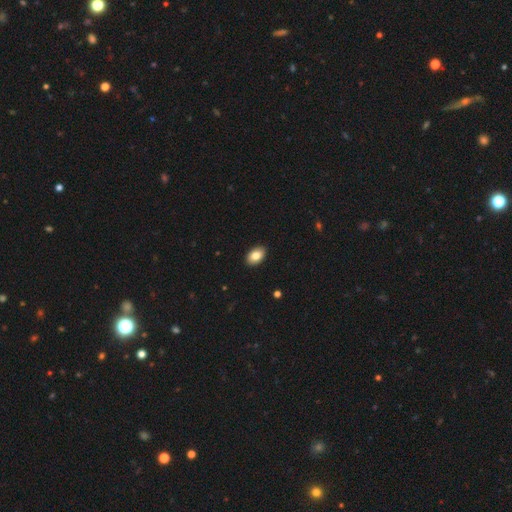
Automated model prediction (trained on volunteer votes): This appears to be a smooth galaxy with no disk features (84%) that is in between round and cigar-shaped (91%). Merging: none (91%).